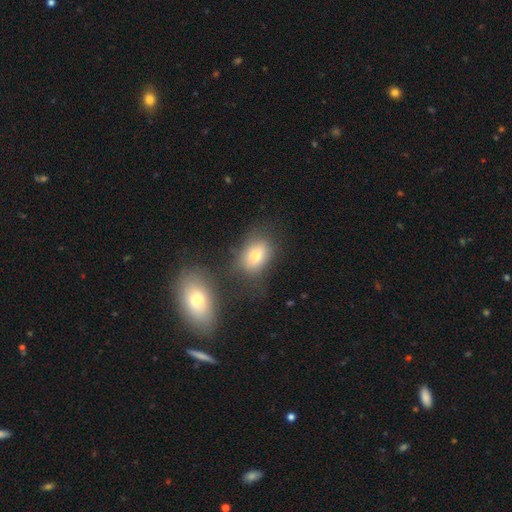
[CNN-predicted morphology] Smooth or featured: smooth — 75% (featured or disk — 15%)
How rounded: in between — 78% (round — 21%)
Merging: none — 59% (minor disturbance — 18%)